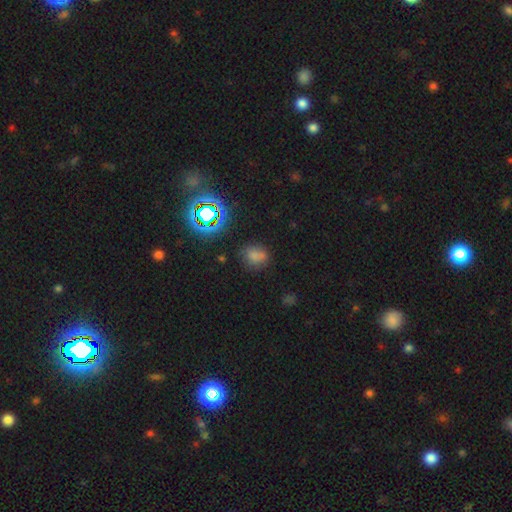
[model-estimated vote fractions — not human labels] A smooth galaxy with no disk features (66%) that is round (56%).

Vote fractions:
- Smooth or featured? smooth: 66% / star or artifact: 25% / featured or disk: 9%
- How rounded? round: 56% / in between: 42% / cigar-shaped: 2%
- Merging? none: 67% / minor disturbance: 19% / merger: 7% / major disturbance: 7%